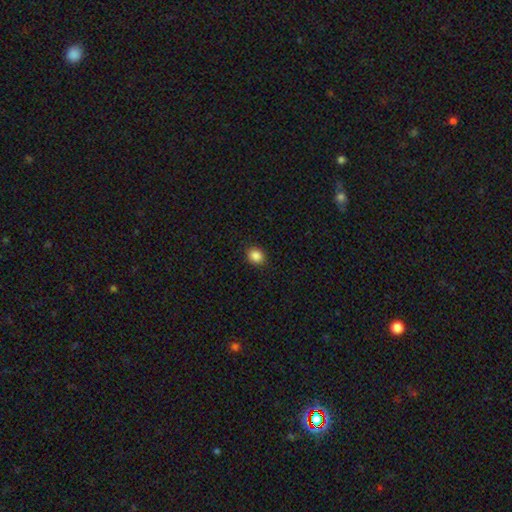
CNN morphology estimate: Smooth or featured?
  - smooth: 87% *
  - star or artifact: 10%
  - featured or disk: 3%
How rounded?
  - round: 63% *
  - in between: 36%
  - cigar-shaped: 1%
Merging?
  - none: 90% *
  - minor disturbance: 7%
  - major disturbance: 2%
  - merger: 1%